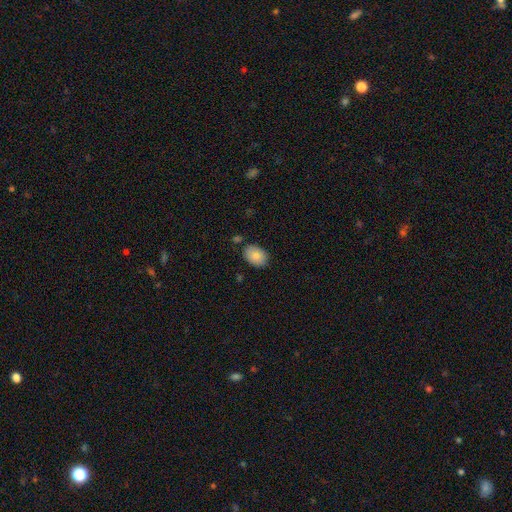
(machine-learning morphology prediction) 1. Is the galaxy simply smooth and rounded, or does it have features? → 81% smooth, 12% featured or disk, 8% star or artifact.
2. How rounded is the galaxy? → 78% in between, 21% round, 1% cigar-shaped.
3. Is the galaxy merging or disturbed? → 82% none, 12% minor disturbance, 4% merger, 2% major disturbance.